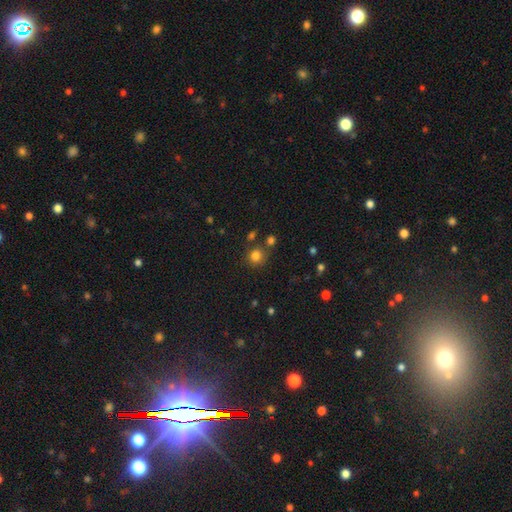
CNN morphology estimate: smooth_or_featured: smooth (p=0.80) [alt: star or artifact p=0.14]
how_rounded: round (p=0.89) [alt: in between p=0.11]
merging: none (p=0.75) [alt: minor disturbance p=0.11]